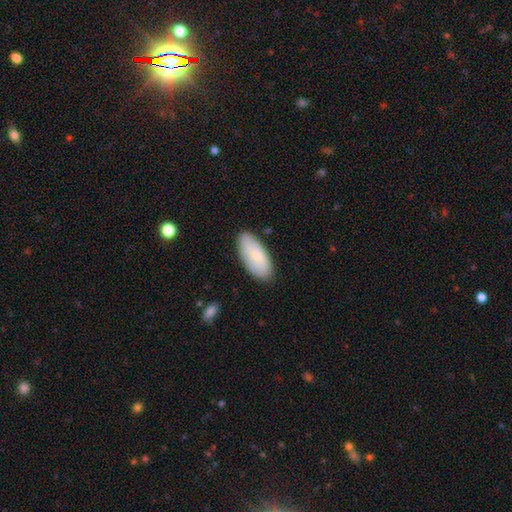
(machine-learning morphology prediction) Q: Smooth or featured?
A: smooth (73%); runner-up: featured or disk (21%)
Q: How rounded?
A: in between (89%); runner-up: cigar-shaped (9%)
Q: Merging?
A: none (83%); runner-up: minor disturbance (13%)